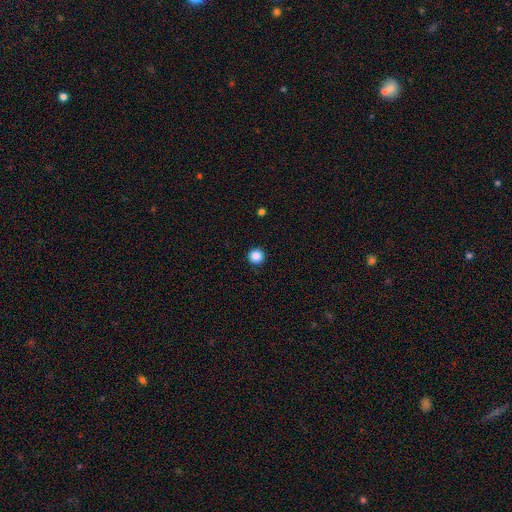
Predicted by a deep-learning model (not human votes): smooth 86%, star or artifact 11%, featured or disk 3%. Down the decision tree: how rounded — round (96%); merging — none (92%).